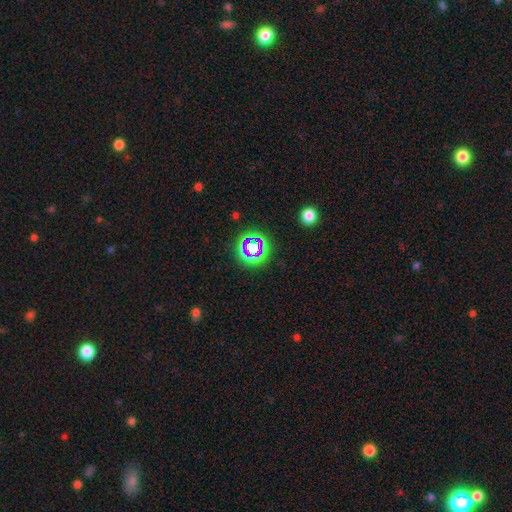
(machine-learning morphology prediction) Smooth or featured: star or artifact — 65% (smooth — 23%)